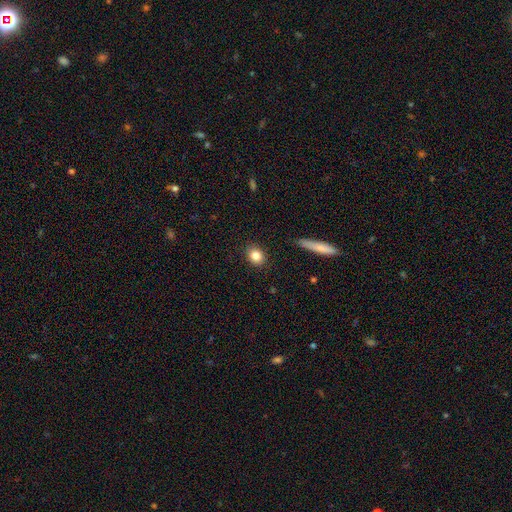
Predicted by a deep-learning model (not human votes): Smooth or featured?
  - smooth: 83% *
  - star or artifact: 9%
  - featured or disk: 7%
How rounded?
  - round: 66% *
  - in between: 32%
  - cigar-shaped: 2%
Merging?
  - none: 89% *
  - minor disturbance: 8%
  - major disturbance: 2%
  - merger: 1%